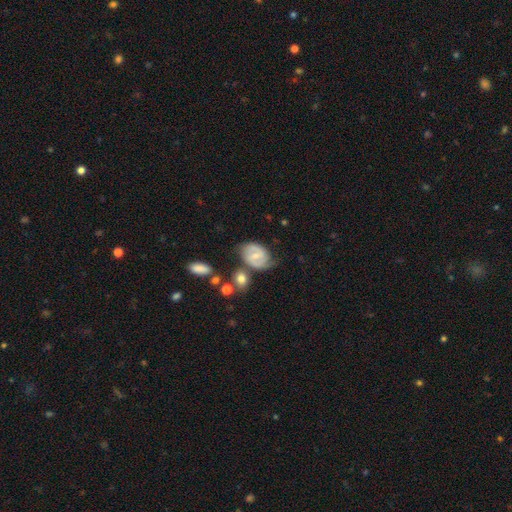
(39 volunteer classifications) Smooth or featured: featured or disk — 72% (smooth — 26%)
Edge-on disk: no — 96% (yes — 4%)
Bar: weak — 44% (strong — 33%)
Spiral arms: yes — 96% (no — 4%)
Spiral winding: medium — 54% (loose — 31%)
Spiral arm count: 2 — 85% (can't tell — 8%)
Bulge size: moderate — 56% (small — 37%)
Merging: none — 61% (minor disturbance — 16%)